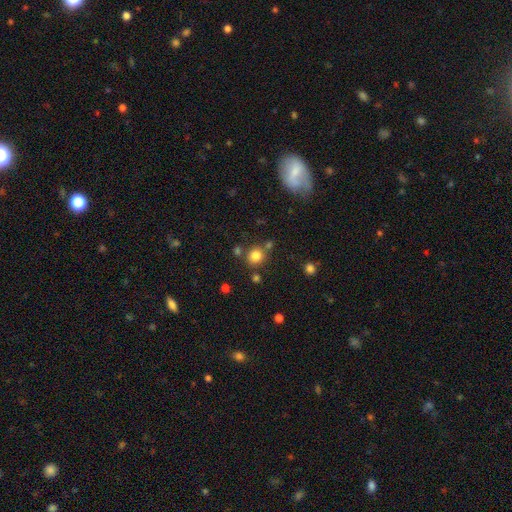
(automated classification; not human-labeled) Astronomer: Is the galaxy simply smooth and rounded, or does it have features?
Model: smooth — 81%.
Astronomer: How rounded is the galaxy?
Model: round — 87%.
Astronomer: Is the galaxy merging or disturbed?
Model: none — 76%.